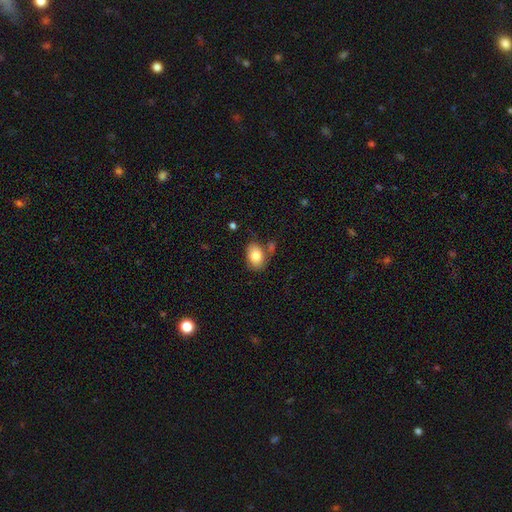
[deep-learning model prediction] The model was most divided on "merging": none: 64%, minor disturbance: 19%, merger: 11%, major disturbance: 6%. More confident: smooth or featured — smooth (81%); how rounded — in between (79%).